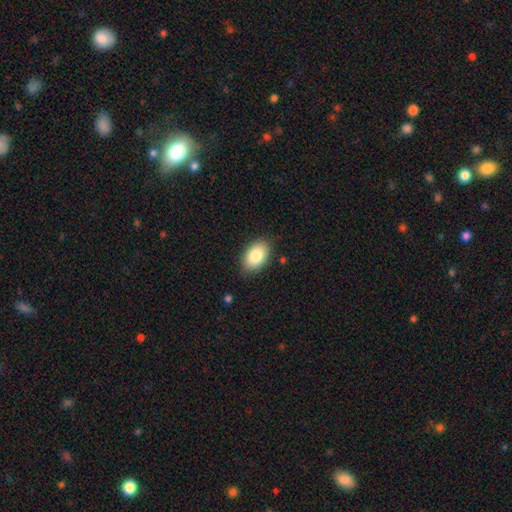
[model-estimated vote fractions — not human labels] smooth-or-featured: smooth: 84% | featured or disk: 9% | star or artifact: 7%
  how-rounded: in between: 90% | round: 9% | cigar-shaped: 1%
  merging: none: 84% | minor disturbance: 12% | major disturbance: 2% | merger: 1%